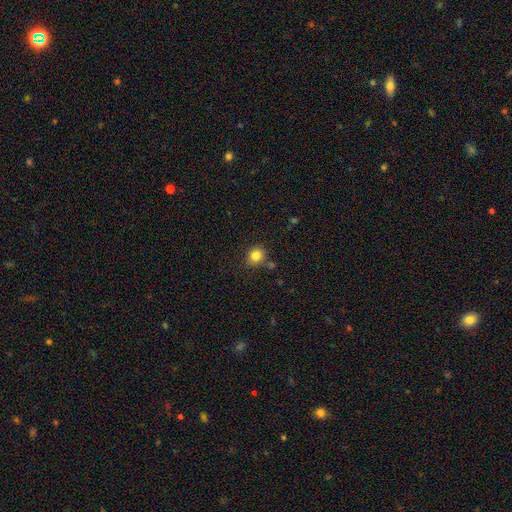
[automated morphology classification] smooth_or_featured: smooth (p=0.83) [alt: star or artifact p=0.11]
how_rounded: round (p=0.77) [alt: in between p=0.22]
merging: none (p=0.78) [alt: minor disturbance p=0.12]